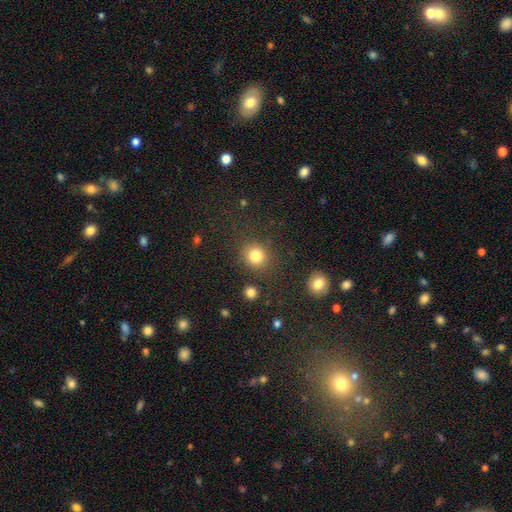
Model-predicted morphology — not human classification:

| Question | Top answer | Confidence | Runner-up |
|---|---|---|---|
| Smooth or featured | smooth | 83% | star or artifact (12%) |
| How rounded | round | 85% | in between (14%) |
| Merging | none | 82% | minor disturbance (9%) |